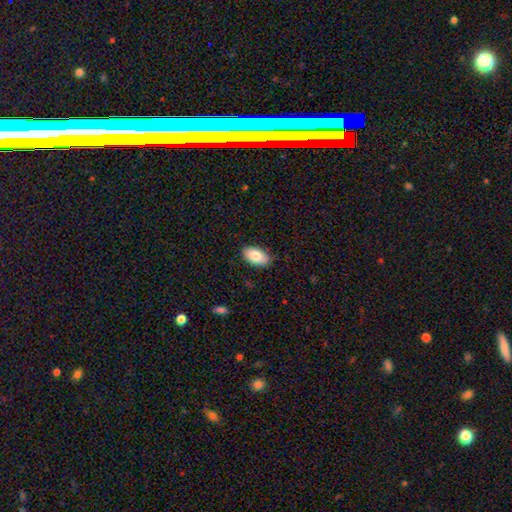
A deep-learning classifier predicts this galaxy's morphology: Smooth or featured? smooth (82%)
How rounded? in between (94%)
Merging? none (87%)